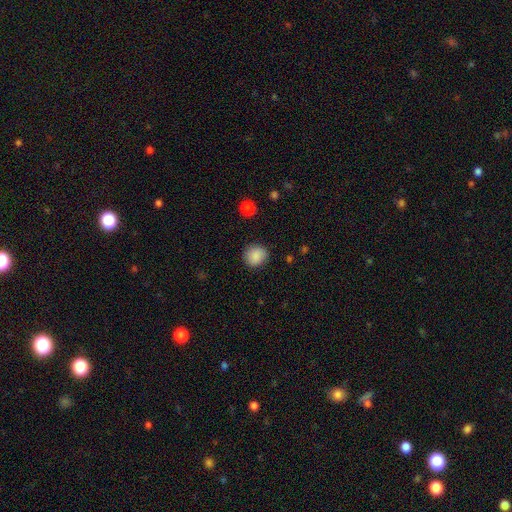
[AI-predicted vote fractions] A smooth galaxy with no disk features (87%) that is round (85%). Merging: none (84%).